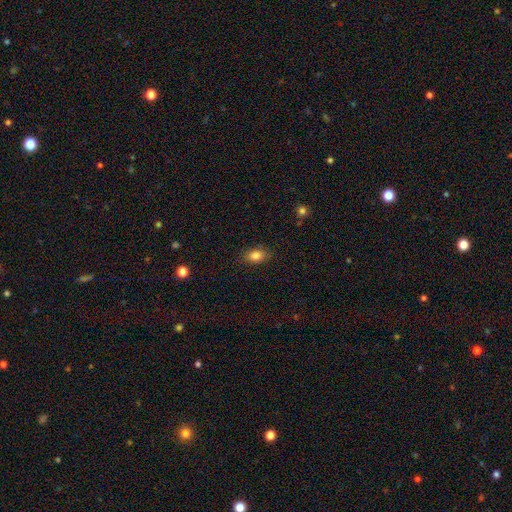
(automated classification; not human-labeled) Smooth or featured: smooth — 84% (star or artifact — 9%)
How rounded: in between — 83% (round — 15%)
Merging: none — 84% (minor disturbance — 12%)